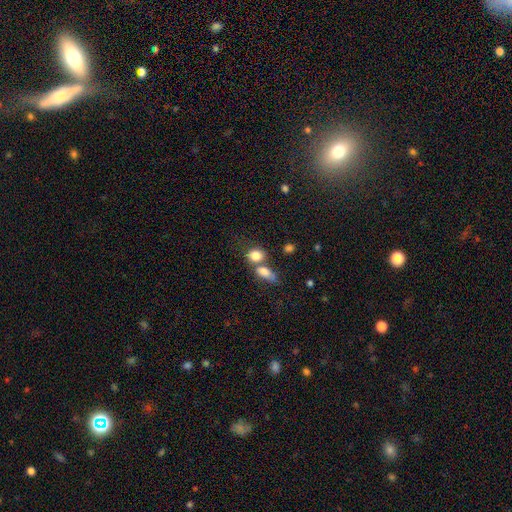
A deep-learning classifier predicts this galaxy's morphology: Overall: smooth (82%). How rounded: in between (59%; round 38%). Merging: merger (46%; none 36%).